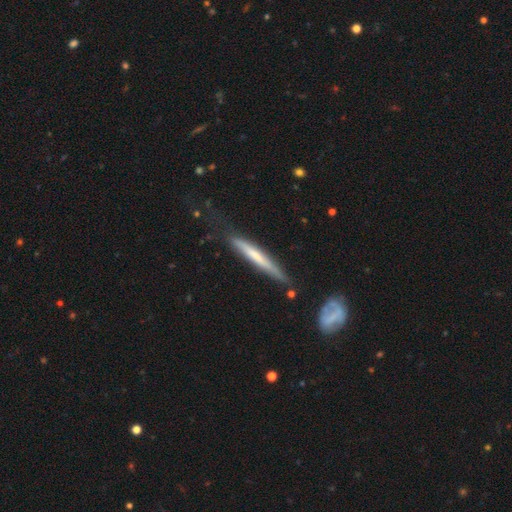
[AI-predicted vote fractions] Smooth or featured?
  - smooth: 48% *
  - featured or disk: 46%
  - star or artifact: 6%
Merging?
  - none: 69% *
  - minor disturbance: 22%
  - major disturbance: 5%
  - merger: 4%